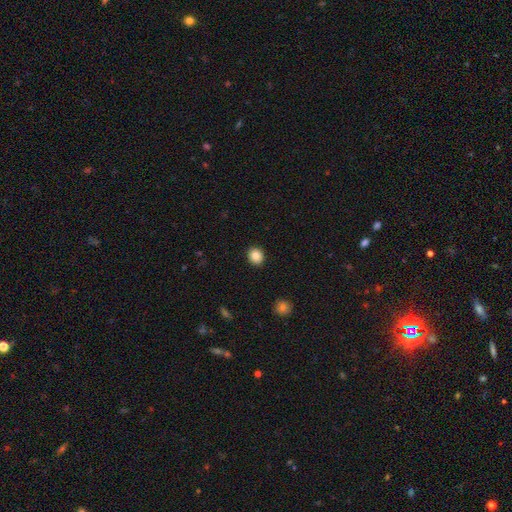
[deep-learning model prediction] Smooth or featured?
  - smooth: 84% *
  - star or artifact: 10%
  - featured or disk: 6%
How rounded?
  - round: 79% *
  - in between: 21%
  - cigar-shaped: 1%
Merging?
  - none: 92% *
  - minor disturbance: 5%
  - major disturbance: 2%
  - merger: 1%